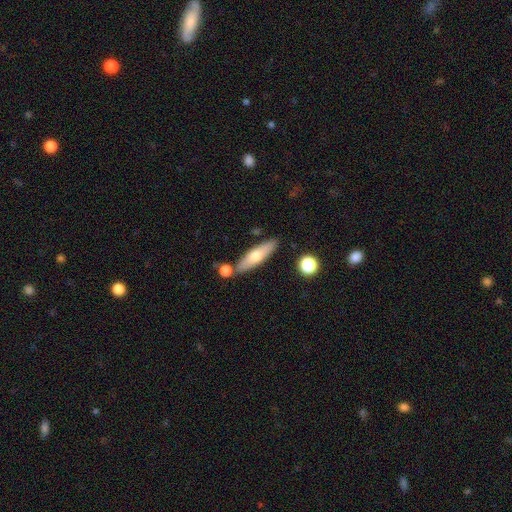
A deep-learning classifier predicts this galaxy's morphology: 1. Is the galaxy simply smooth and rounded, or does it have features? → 61% smooth, 33% featured or disk, 6% star or artifact.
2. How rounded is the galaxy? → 66% cigar-shaped, 31% in between, 2% round.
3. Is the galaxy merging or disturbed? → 77% none, 11% minor disturbance, 9% merger, 2% major disturbance.